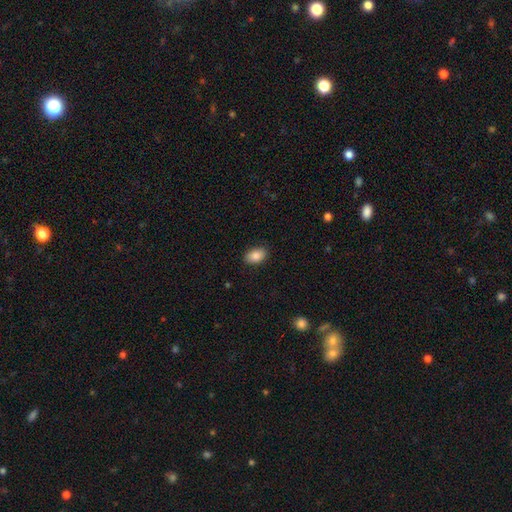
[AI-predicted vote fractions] Overall: smooth (86%). How rounded: in between (89%). Merging: none (88%).